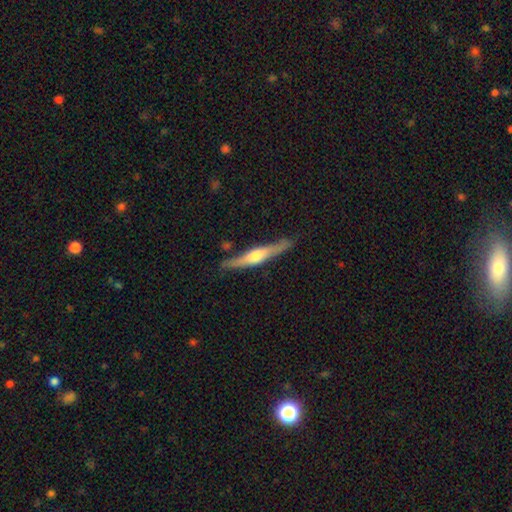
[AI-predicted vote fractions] smooth-or-featured: featured or disk: 67% | smooth: 28% | star or artifact: 5%
  disk-edge-on: yes: 96% | no: 4%
    edge-on-bulge: rounded: 83% | boxy: 11% | none: 6%
  merging: none: 84% | minor disturbance: 12% | major disturbance: 2% | merger: 2%